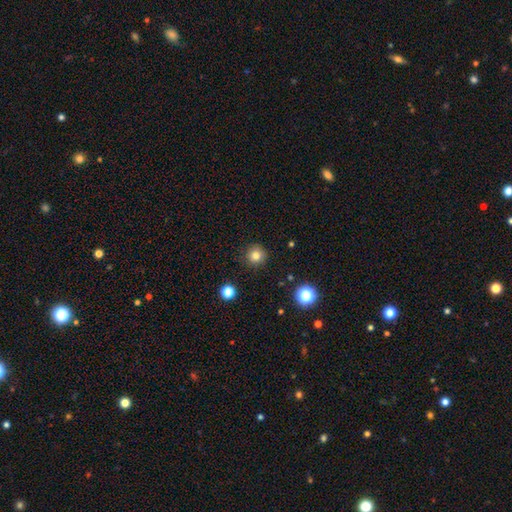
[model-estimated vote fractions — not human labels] Morphology: type=smooth (81%); roundness=round (95%); merging=none (90%).